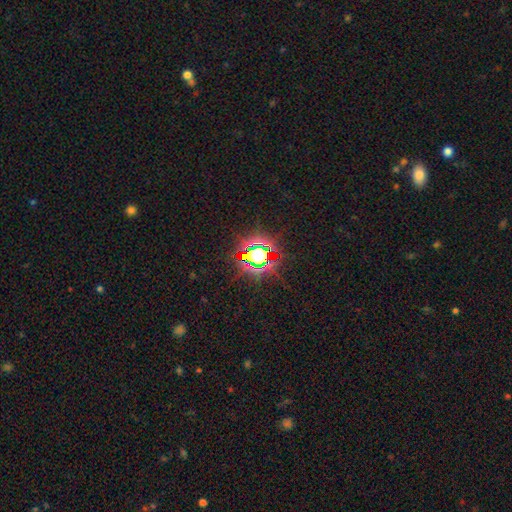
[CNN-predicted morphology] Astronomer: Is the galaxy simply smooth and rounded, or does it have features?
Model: star or artifact — 74%.